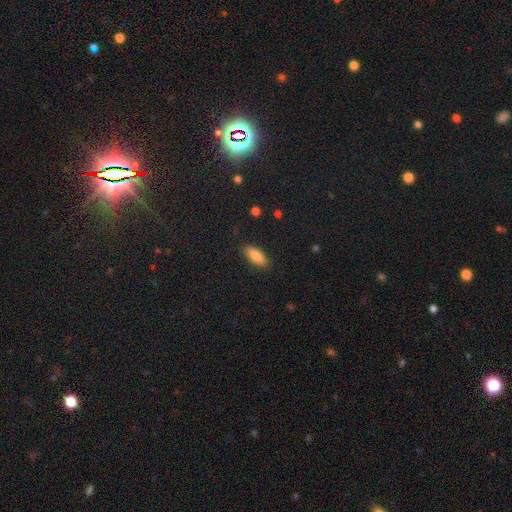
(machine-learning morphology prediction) Smooth or featured? Predicted: smooth (p=0.83). How rounded? Predicted: in between (p=0.74). Merging? Predicted: none (p=0.87).